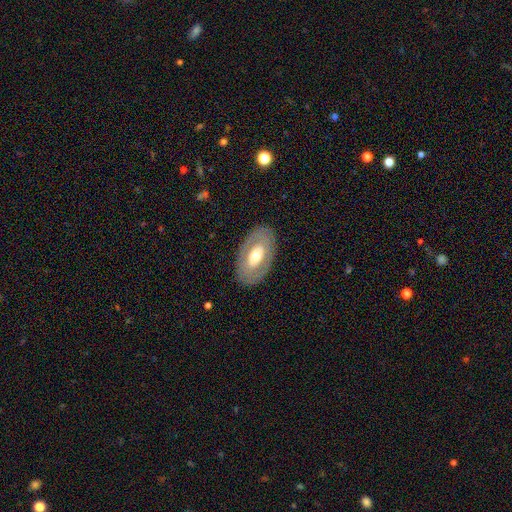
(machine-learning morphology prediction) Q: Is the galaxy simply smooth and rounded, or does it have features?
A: featured or disk — 52%.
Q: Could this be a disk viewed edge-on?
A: no — 87%.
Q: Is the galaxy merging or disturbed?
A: none — 85%.